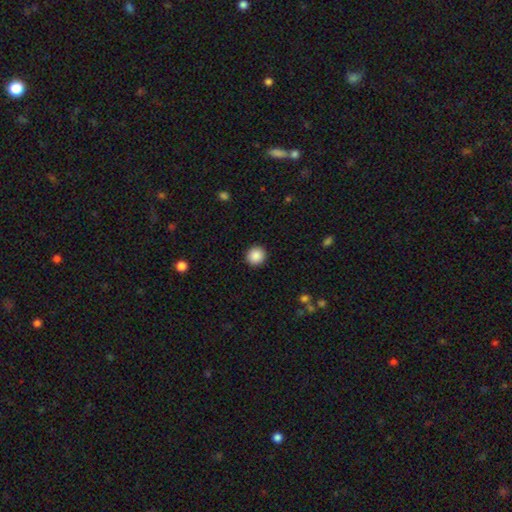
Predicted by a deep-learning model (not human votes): smooth 89%, star or artifact 8%, featured or disk 3%. Down the decision tree: how rounded — round (92%); merging — none (92%).